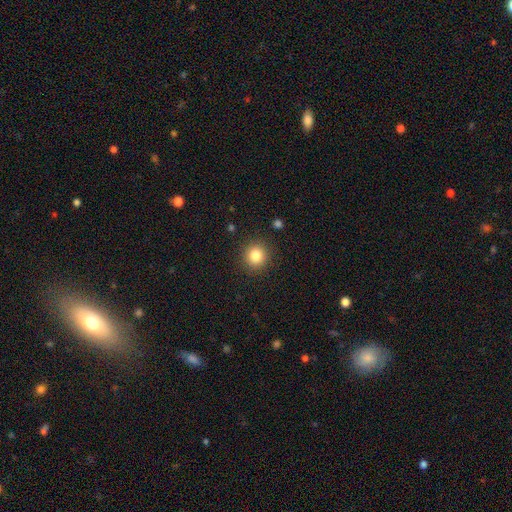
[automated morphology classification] Smooth or featured: smooth — 83% (star or artifact — 11%)
How rounded: round — 91% (in between — 8%)
Merging: none — 90% (minor disturbance — 7%)